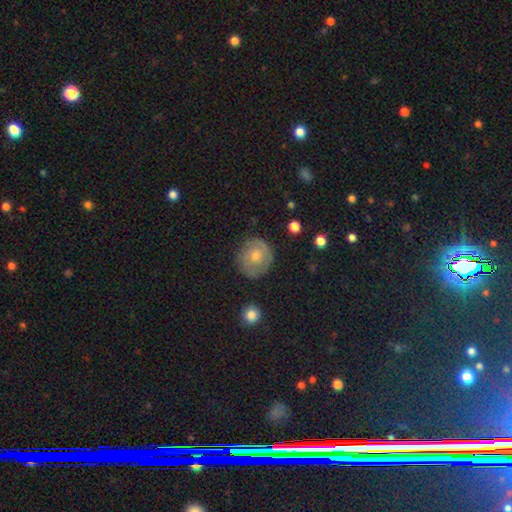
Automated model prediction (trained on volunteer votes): The model was most divided on "smooth or featured": smooth: 48%, featured or disk: 42%, star or artifact: 10%. More confident: merging — none (82%).